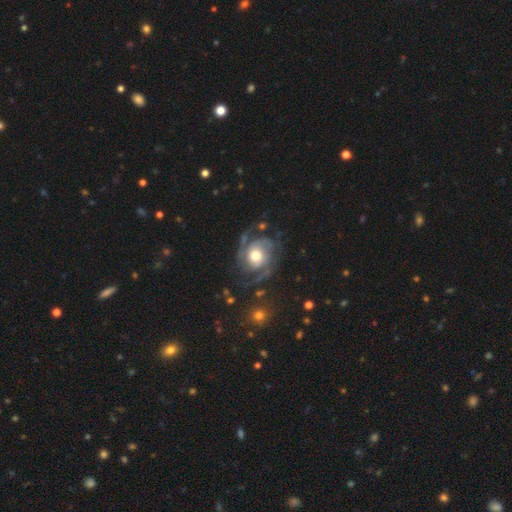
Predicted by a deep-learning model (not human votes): The model was most divided on "spiral winding": medium: 43%, tight: 41%, loose: 16%. More confident: edge-on disk — no (98%); spiral arms — yes (95%); smooth or featured — featured or disk (86%); bar — no (74%); spiral arm count — 2 (64%); merging — none (63%); bulge size — moderate (60%).